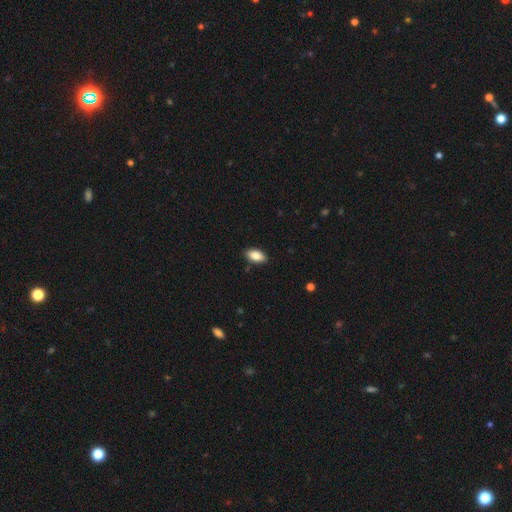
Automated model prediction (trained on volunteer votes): smooth 86%, featured or disk 7%, star or artifact 7%. Down the decision tree: how rounded — in between (91%); merging — none (87%).